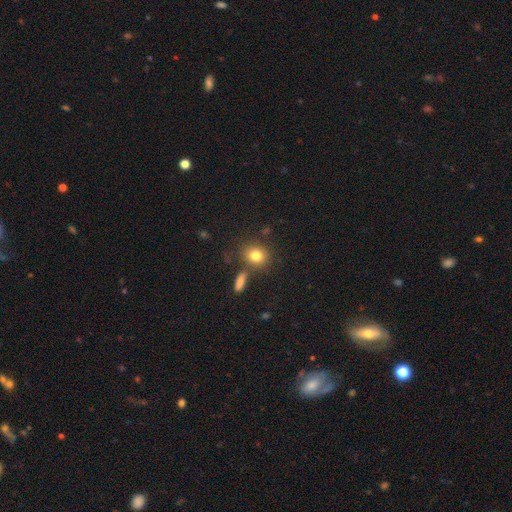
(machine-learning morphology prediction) A smooth galaxy with no disk features (80%) that is round (71%). Merging: none (73%).